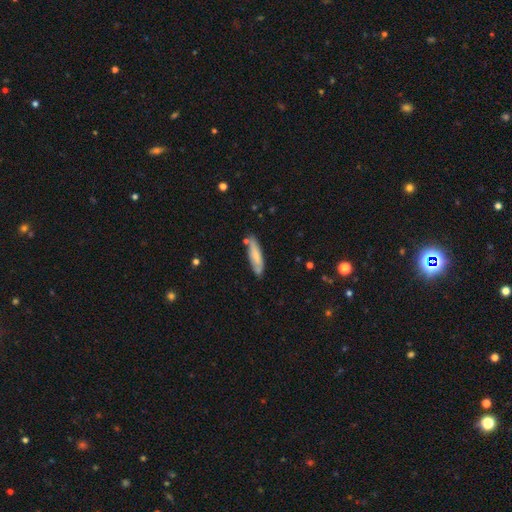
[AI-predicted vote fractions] Morphology: type=smooth (70%); roundness=cigar-shaped (72%); merging=none (77%).